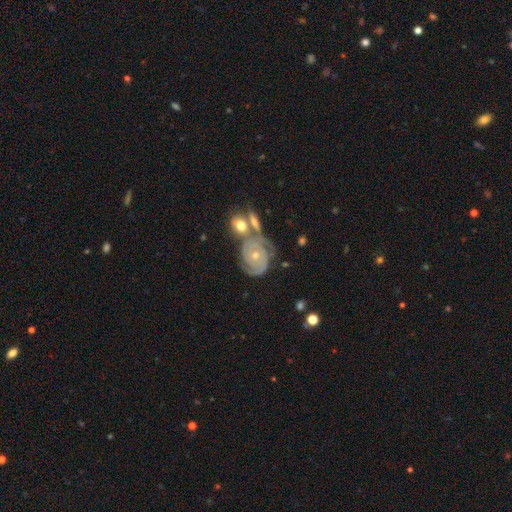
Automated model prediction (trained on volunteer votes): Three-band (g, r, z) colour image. It shows a featured or disk galaxy (85%) with no bar (76%), 2 (48%) tight (71%) spiral arms (96%) and a small central bulge (57%). Merging: none (50%).